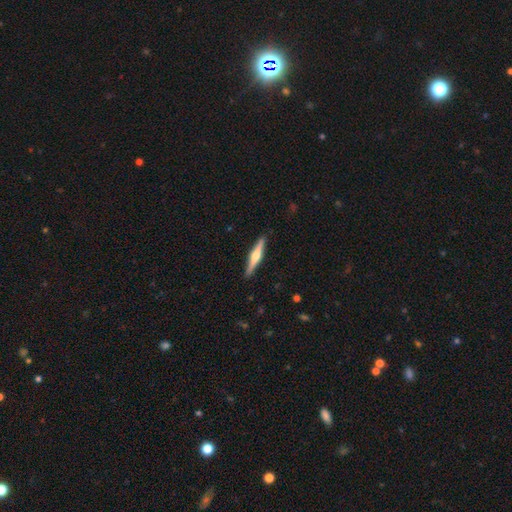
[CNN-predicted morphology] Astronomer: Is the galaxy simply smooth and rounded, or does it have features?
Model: featured or disk — 67%.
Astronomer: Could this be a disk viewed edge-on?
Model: yes — 98%.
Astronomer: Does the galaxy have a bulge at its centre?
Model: rounded — 86%.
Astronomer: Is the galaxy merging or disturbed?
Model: none — 91%.